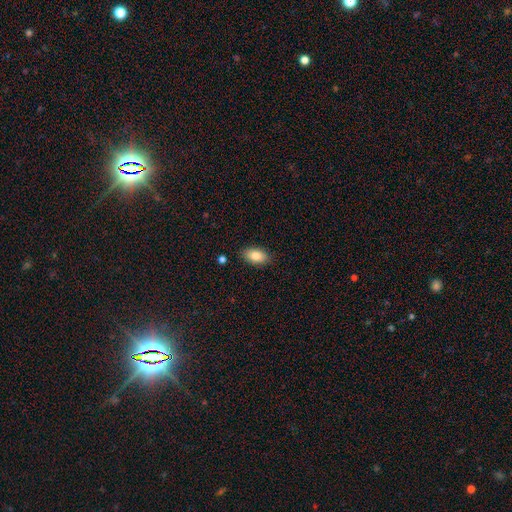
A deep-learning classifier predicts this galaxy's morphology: type=smooth (85%); roundness=in between (93%); merging=none (87%).